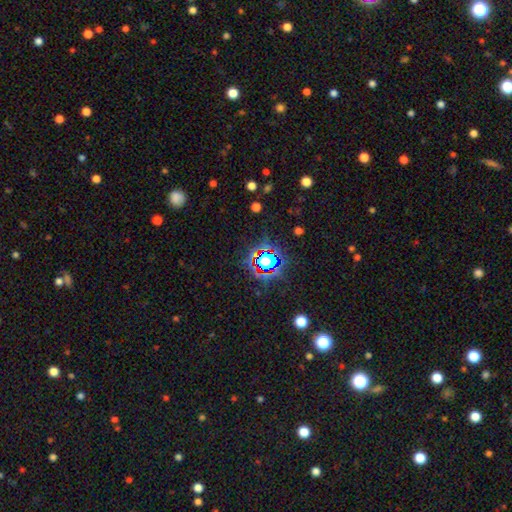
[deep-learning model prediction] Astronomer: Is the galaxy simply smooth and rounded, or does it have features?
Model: star or artifact — 79%.